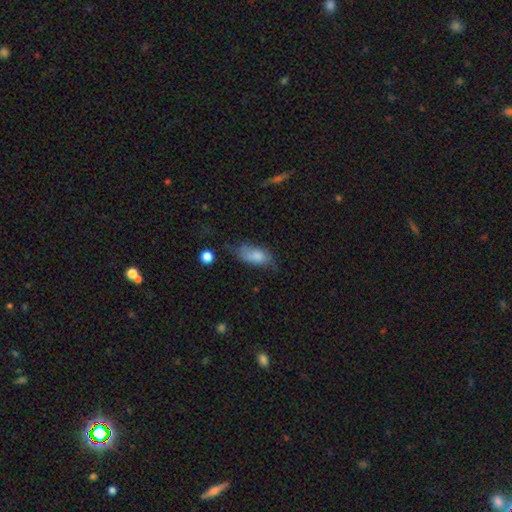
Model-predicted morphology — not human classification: This is likely a smooth galaxy (76%). How rounded: clearly in between (87%). Merging: marginally none (41%).